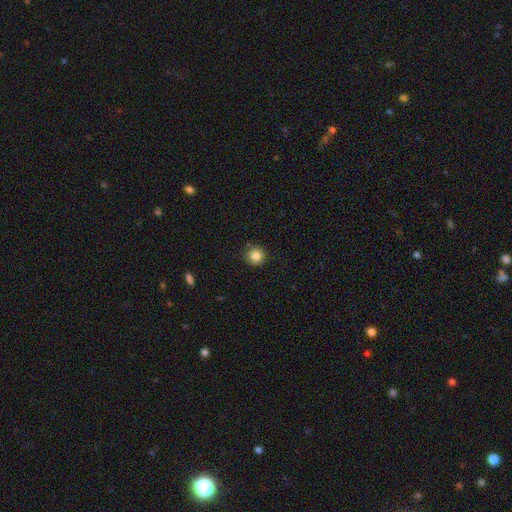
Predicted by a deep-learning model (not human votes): Smooth or featured? Predicted: smooth (p=0.84). How rounded? Predicted: round (p=0.94). Merging? Predicted: none (p=0.86).